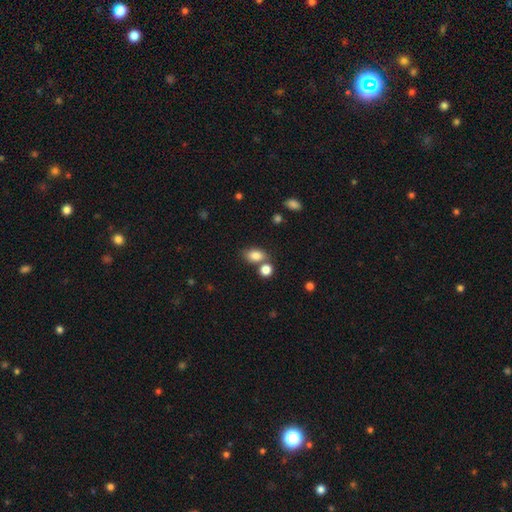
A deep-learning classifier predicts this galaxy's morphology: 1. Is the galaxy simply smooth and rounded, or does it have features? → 82% smooth, 10% star or artifact, 7% featured or disk.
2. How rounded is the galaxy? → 78% in between, 20% round, 2% cigar-shaped.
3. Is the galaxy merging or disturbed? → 58% none, 25% merger, 12% minor disturbance, 4% major disturbance.